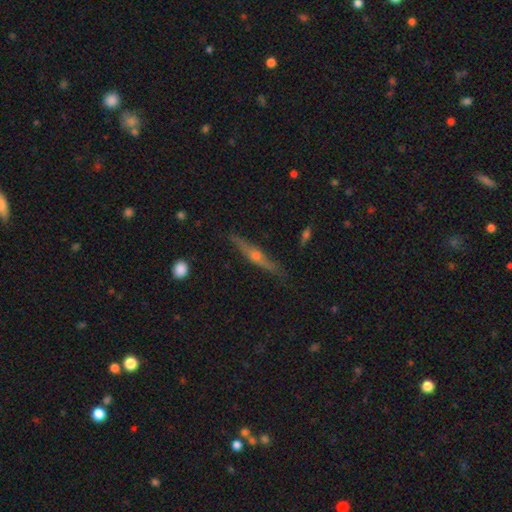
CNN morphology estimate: smooth-or-featured: featured or disk: 74% | smooth: 18% | star or artifact: 8%
  disk-edge-on: yes: 96% | no: 4%
    edge-on-bulge: rounded: 90% | none: 6% | boxy: 4%
  merging: none: 85% | minor disturbance: 11% | major disturbance: 2% | merger: 2%